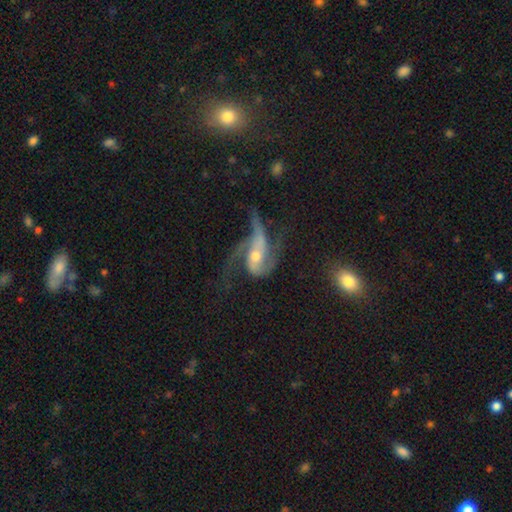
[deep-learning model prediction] Overall: featured or disk (83%). Edge-on disk: no (96%). Bar: no (50%; weak 33%). Spiral arms: yes (94%). Spiral arm count: 2 (46%; 3 28%). Spiral winding: loose (53%; medium 37%). Bulge size: moderate (58%; small 35%). Merging: major disturbance (42%; none 34%).